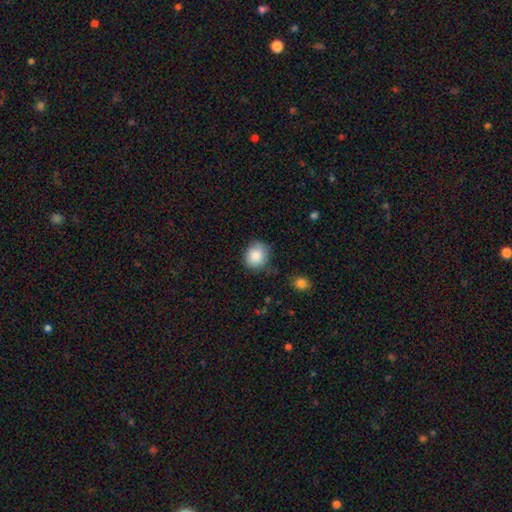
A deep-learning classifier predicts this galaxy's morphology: Smooth or featured?
  - smooth: 86% *
  - star or artifact: 8%
  - featured or disk: 6%
How rounded?
  - round: 75% *
  - in between: 24%
  - cigar-shaped: 1%
Merging?
  - none: 73% *
  - minor disturbance: 20%
  - major disturbance: 4%
  - merger: 2%